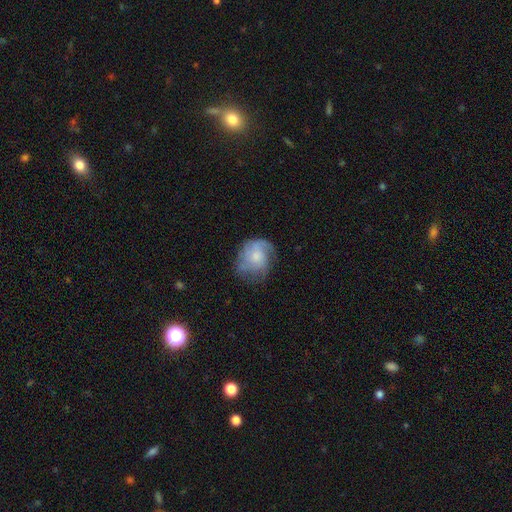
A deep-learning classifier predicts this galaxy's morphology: The model was most divided on "smooth or featured" (2-way tie): smooth: 46%, featured or disk: 46%, star or artifact: 8%. More confident: merging — none (52%).